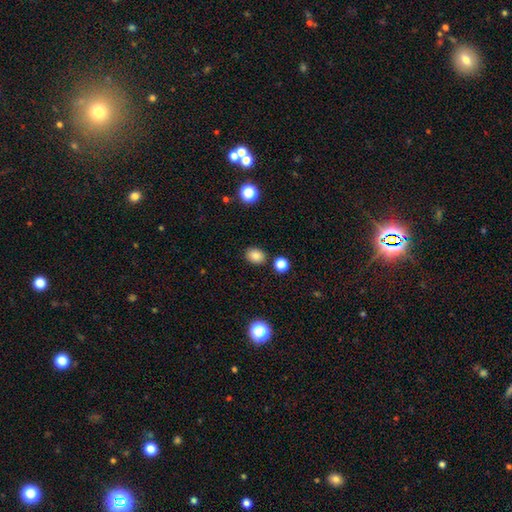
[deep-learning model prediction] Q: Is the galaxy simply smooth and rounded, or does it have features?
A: smooth — 84%.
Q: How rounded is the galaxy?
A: in between — 59%.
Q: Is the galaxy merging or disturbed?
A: none — 85%.